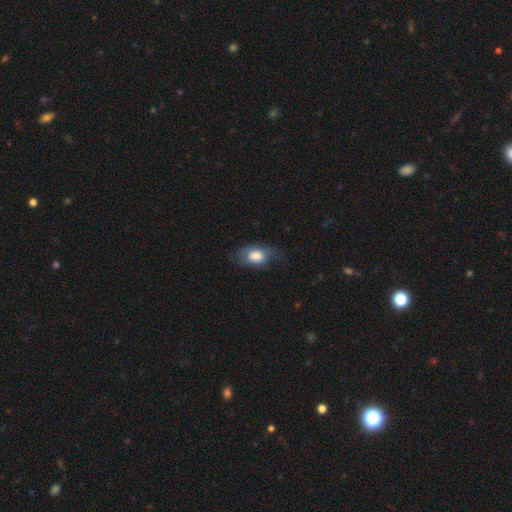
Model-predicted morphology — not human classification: type=smooth (73%); roundness=in between (87%); merging=none (51%).